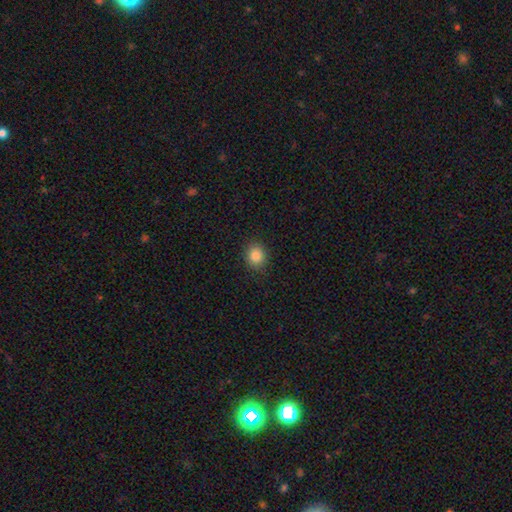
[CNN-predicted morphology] Smooth or featured?
  - smooth: 85% *
  - star or artifact: 10%
  - featured or disk: 5%
How rounded?
  - round: 73% *
  - in between: 26%
  - cigar-shaped: 1%
Merging?
  - none: 88% *
  - minor disturbance: 8%
  - major disturbance: 2%
  - merger: 1%